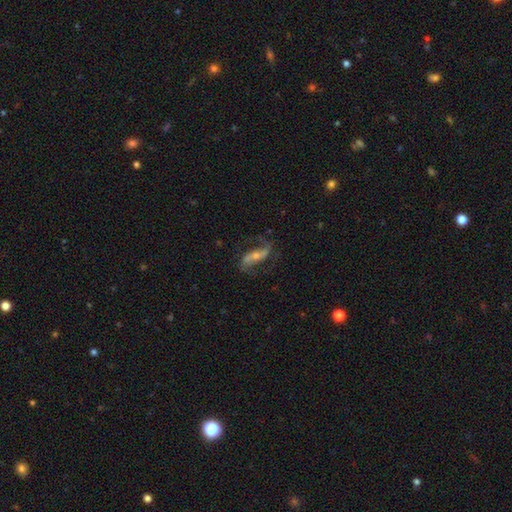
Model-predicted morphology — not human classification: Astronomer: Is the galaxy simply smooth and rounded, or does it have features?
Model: featured or disk — 82%.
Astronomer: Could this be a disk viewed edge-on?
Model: no — 92%.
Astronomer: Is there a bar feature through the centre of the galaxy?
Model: strong — 39% (runner-up: no, 31%).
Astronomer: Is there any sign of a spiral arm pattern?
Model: yes — 95%.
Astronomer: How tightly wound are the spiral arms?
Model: loose — 54% (runner-up: medium, 35%).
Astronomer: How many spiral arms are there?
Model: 2 — 91%.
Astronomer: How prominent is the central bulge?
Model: small — 55% (runner-up: moderate, 38%).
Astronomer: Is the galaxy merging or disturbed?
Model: none — 72%.